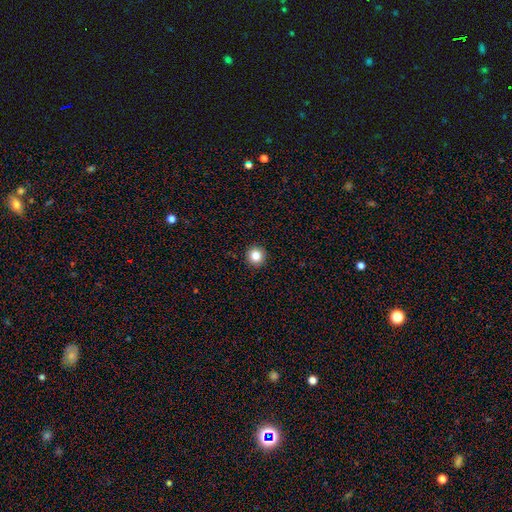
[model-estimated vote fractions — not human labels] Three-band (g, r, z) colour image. It shows a smooth galaxy with no disk features (84%) that is round (96%). Merging: none (94%).